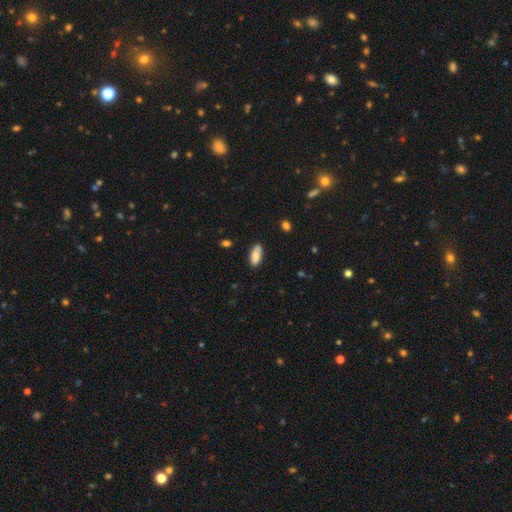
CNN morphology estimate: smooth_or_featured: smooth (p=0.83) [alt: featured or disk p=0.10]
how_rounded: in between (p=0.82) [alt: cigar-shaped p=0.16]
merging: none (p=0.83) [alt: minor disturbance p=0.13]